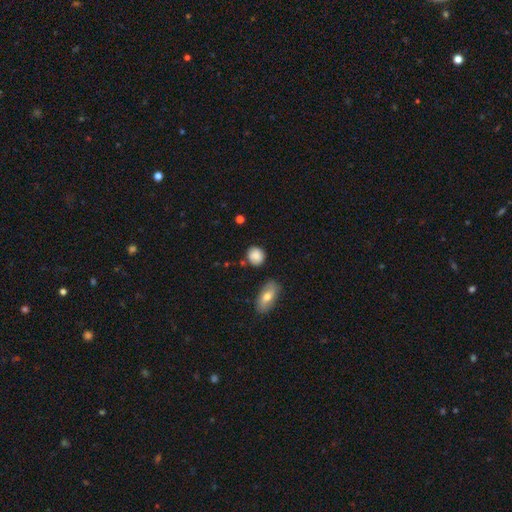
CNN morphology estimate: Overall: smooth (84%). How rounded: round (72%). Merging: none (75%).